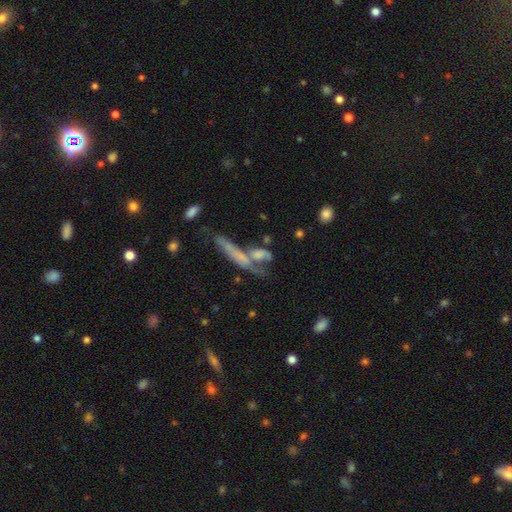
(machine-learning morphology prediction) smooth-or-featured: smooth: 44% | featured or disk: 43% | star or artifact: 13%
  merging: merger: 42% | none: 32% | major disturbance: 14% | minor disturbance: 12%